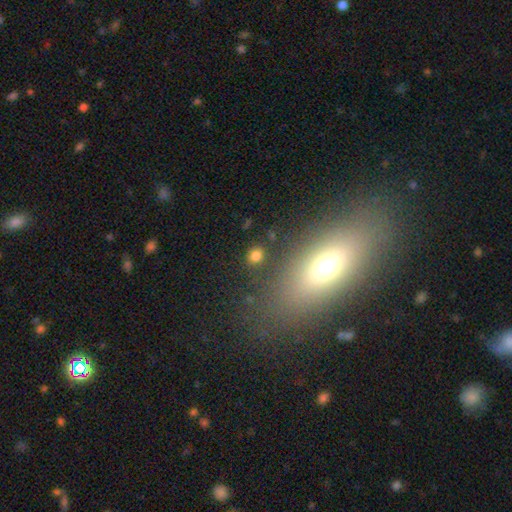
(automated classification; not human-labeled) A smooth galaxy with no disk features (78%) that is round (71%). Merging: none (86%).